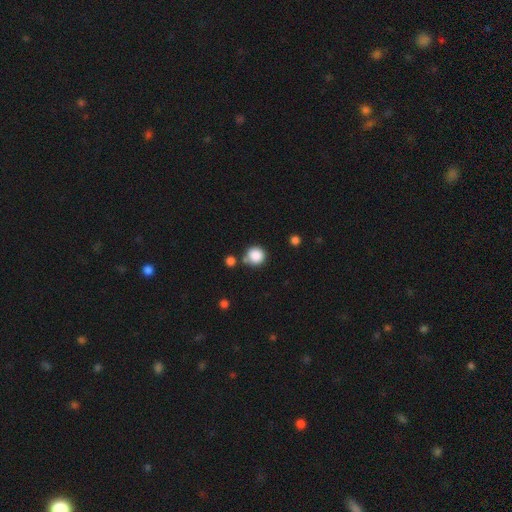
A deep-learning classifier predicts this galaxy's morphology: Smooth or featured? Predicted: smooth (p=0.87). How rounded? Predicted: round (p=0.92). Merging? Predicted: none (p=0.70).